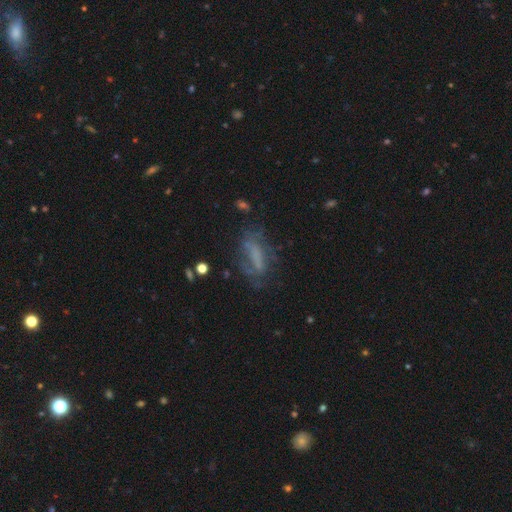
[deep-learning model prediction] Smooth or featured: featured or disk — 46% (smooth — 39%)
Merging: none — 53% (minor disturbance — 23%)